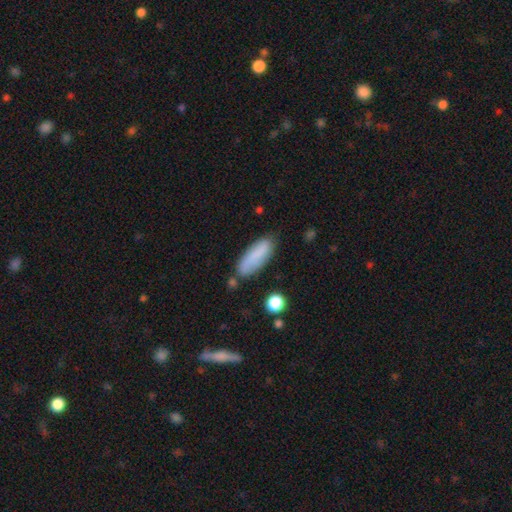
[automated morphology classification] A smooth galaxy with no disk features (78%) that is in between round and cigar-shaped (56%). Merging: none (73%).